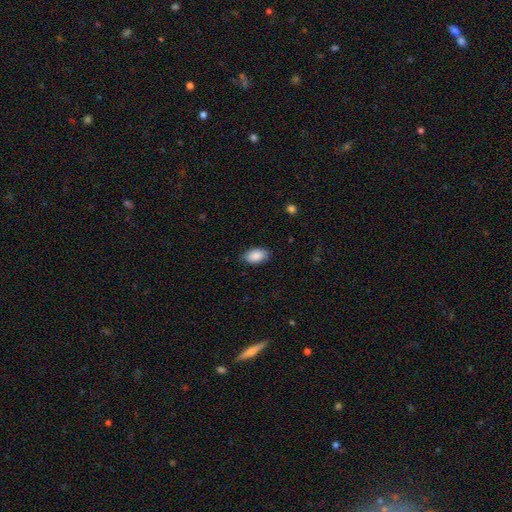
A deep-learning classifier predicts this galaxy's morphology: type=smooth (90%); roundness=in between (94%); merging=none (85%).